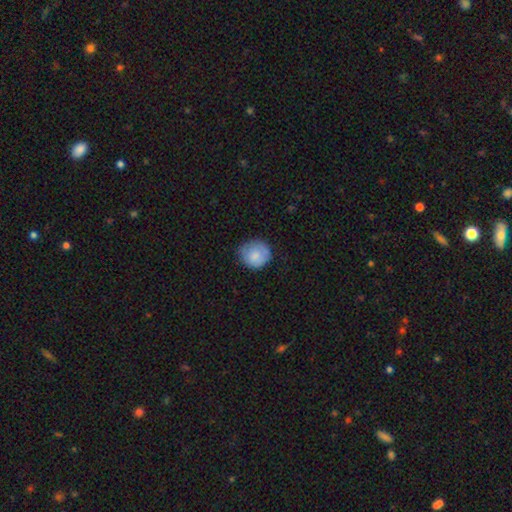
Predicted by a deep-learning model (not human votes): Q: Smooth or featured?
A: smooth (82%); runner-up: featured or disk (11%)
Q: How rounded?
A: round (87%); runner-up: in between (12%)
Q: Merging?
A: none (71%); runner-up: minor disturbance (24%)